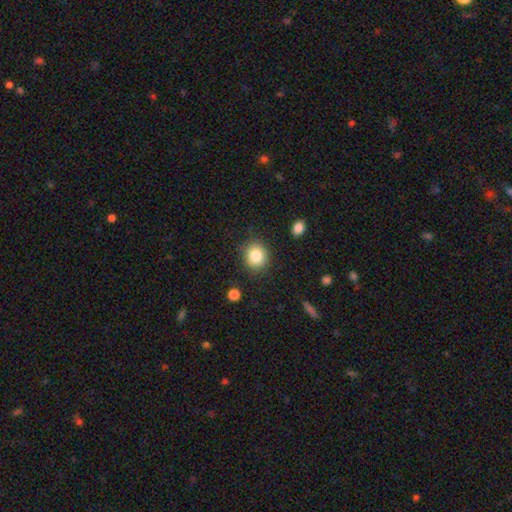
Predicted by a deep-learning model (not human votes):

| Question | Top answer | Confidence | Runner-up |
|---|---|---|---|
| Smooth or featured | smooth | 84% | star or artifact (10%) |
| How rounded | round | 81% | in between (18%) |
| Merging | none | 86% | minor disturbance (10%) |